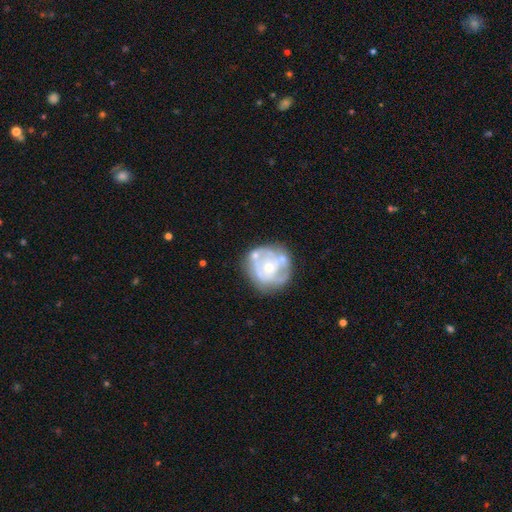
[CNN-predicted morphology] This appears to be a featured or disk galaxy (68%) with no bar (82%), no spiral arms (58%) and a small central bulge (52%). Merging: none (57%).